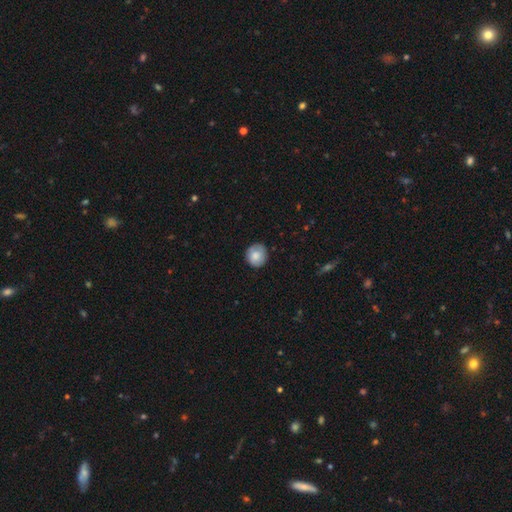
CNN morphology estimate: A smooth galaxy with no disk features (82%) that is round (89%). Merging: none (81%).